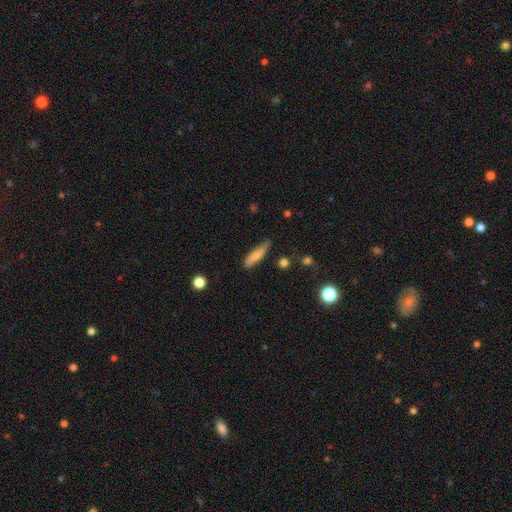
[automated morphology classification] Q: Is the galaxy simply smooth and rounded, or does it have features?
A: smooth — 70%.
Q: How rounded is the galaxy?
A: cigar-shaped — 76%.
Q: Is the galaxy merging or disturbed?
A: none — 70%.